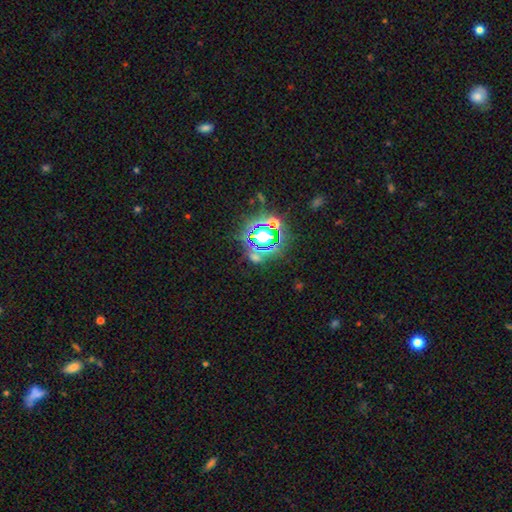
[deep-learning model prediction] Smooth or featured?
  - star or artifact: 71% *
  - smooth: 19%
  - featured or disk: 10%